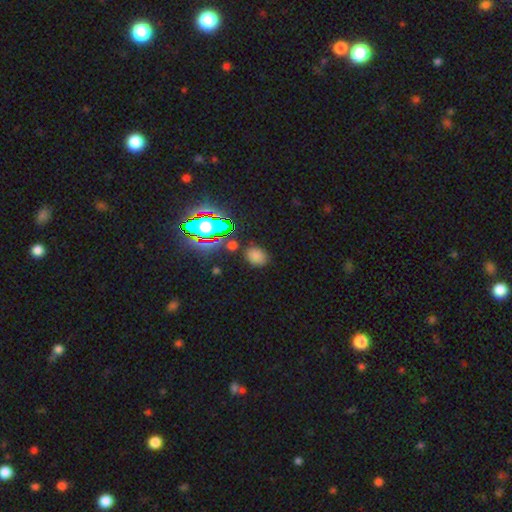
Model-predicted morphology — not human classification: type=smooth (70%); roundness=in between (55%); merging=none (82%).